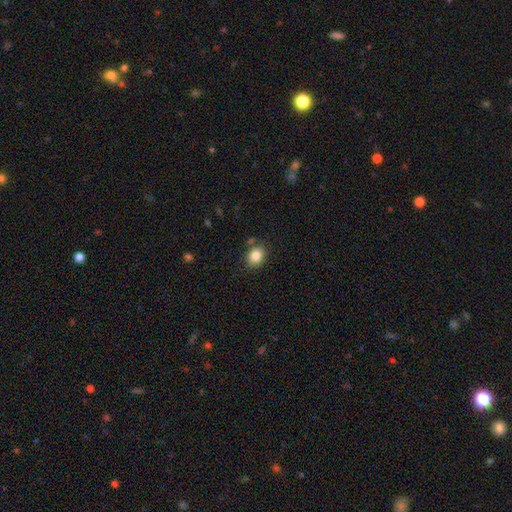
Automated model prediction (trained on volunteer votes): Smooth or featured? Predicted: smooth (p=0.84). How rounded? Predicted: round (p=0.57). Merging? Predicted: none (p=0.80).